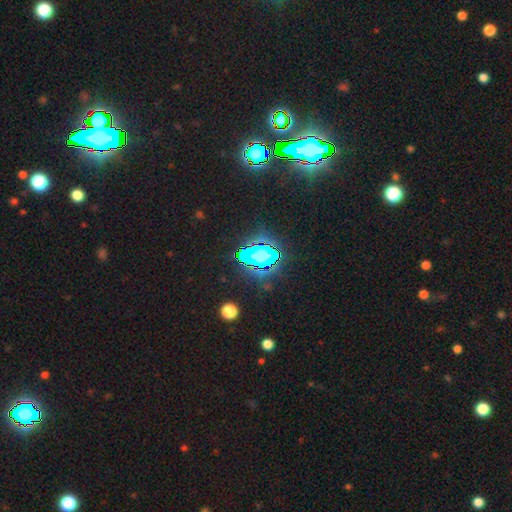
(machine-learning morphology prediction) star or artifact 58%, smooth 27%, featured or disk 15%.